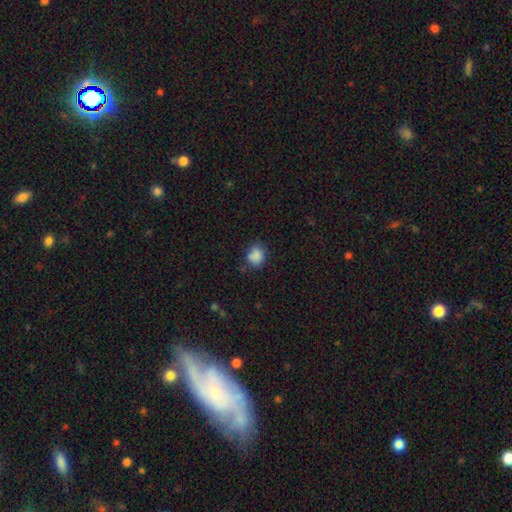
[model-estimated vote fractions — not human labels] Q: Smooth or featured?
A: smooth (85%); runner-up: star or artifact (10%)
Q: How rounded?
A: round (61%); runner-up: in between (38%)
Q: Merging?
A: none (67%); runner-up: minor disturbance (22%)